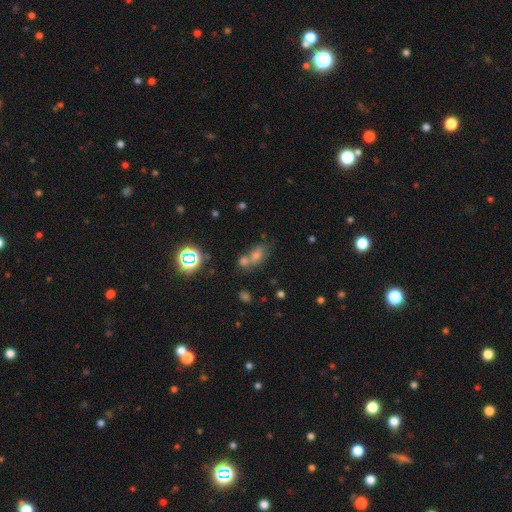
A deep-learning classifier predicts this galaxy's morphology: A smooth galaxy with no disk features (51%) that is in between round and cigar-shaped (68%). Merging: none (43%).